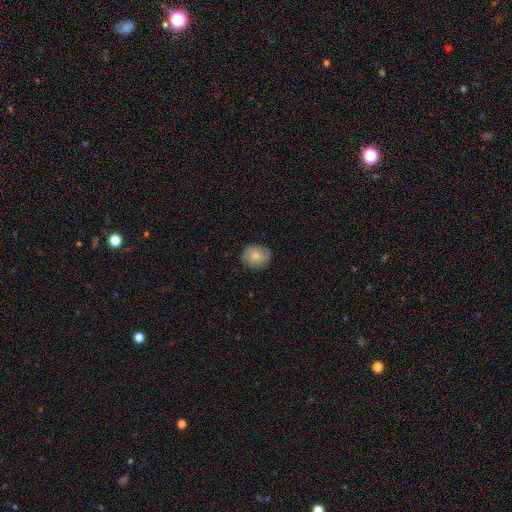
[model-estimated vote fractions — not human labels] The model was most divided on "how rounded": round: 73%, in between: 26%, cigar-shaped: 1%. More confident: merging — none (82%); smooth or featured — smooth (74%).